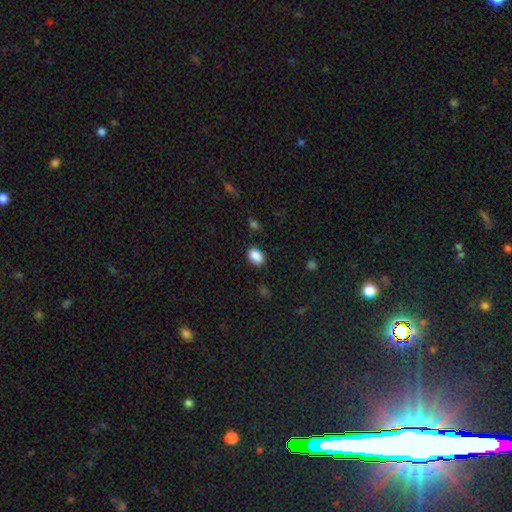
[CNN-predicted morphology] This appears to be a smooth galaxy with no disk features (88%) that is in between round and cigar-shaped (80%). Merging: none (85%).